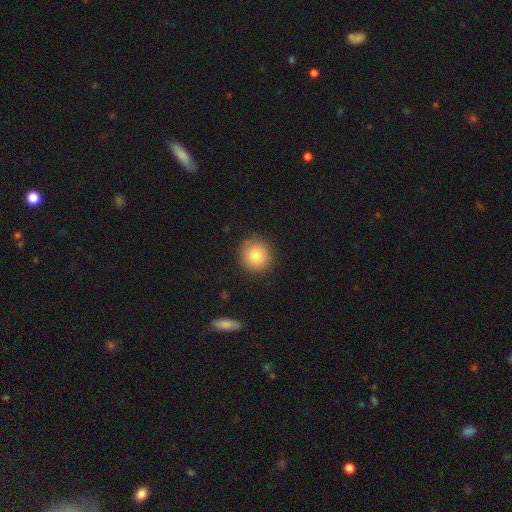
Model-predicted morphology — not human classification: smooth 80%, star or artifact 10%, featured or disk 10%. Down the decision tree: how rounded — round (93%); merging — none (89%).